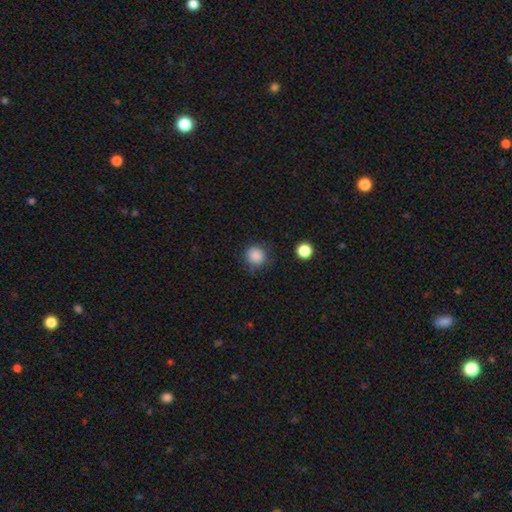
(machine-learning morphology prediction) Smooth or featured? Predicted: smooth (p=0.86). How rounded? Predicted: round (p=0.92). Merging? Predicted: none (p=0.81).